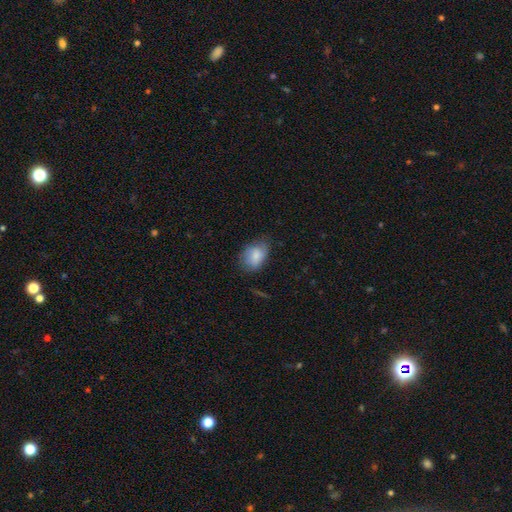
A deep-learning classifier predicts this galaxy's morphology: Smooth or featured: smooth — 79% (featured or disk — 13%)
How rounded: in between — 80% (round — 19%)
Merging: none — 59% (minor disturbance — 31%)